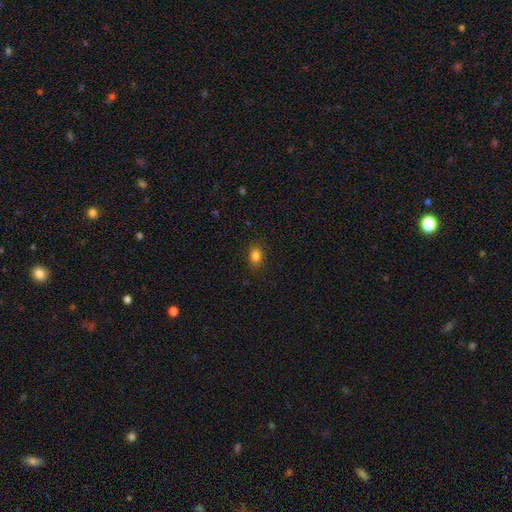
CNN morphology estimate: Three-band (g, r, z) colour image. It shows a smooth galaxy with no disk features (84%) that is in between round and cigar-shaped (66%). Merging: none (88%).